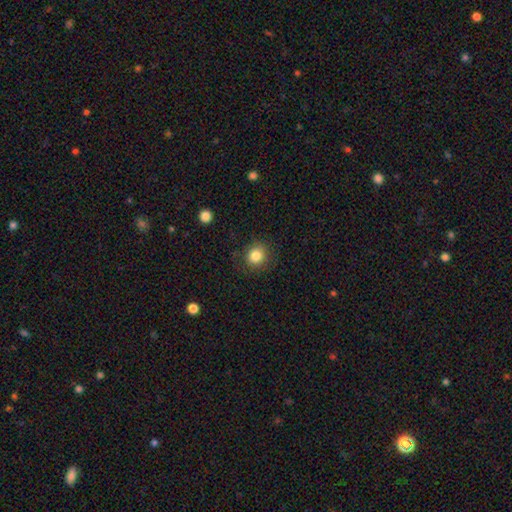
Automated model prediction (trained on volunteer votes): Smooth or featured? smooth (83%)
How rounded? round (85%)
Merging? none (84%)